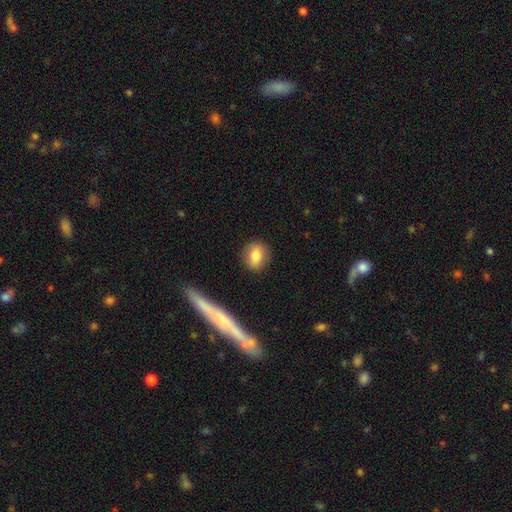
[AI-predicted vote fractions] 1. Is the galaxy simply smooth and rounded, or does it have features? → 80% smooth, 12% featured or disk, 8% star or artifact.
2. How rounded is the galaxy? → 62% round, 35% in between, 3% cigar-shaped.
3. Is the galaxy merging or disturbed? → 87% none, 9% minor disturbance, 2% major disturbance, 2% merger.